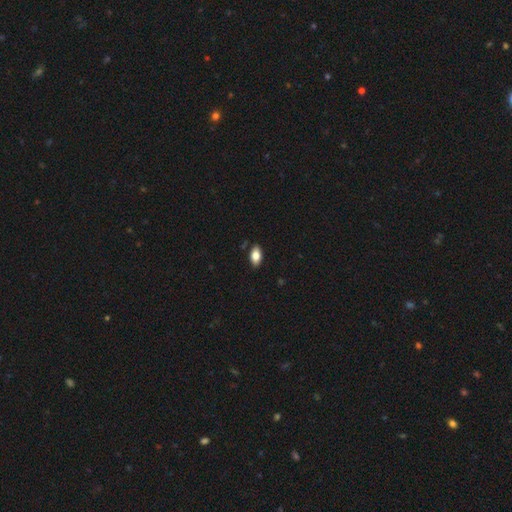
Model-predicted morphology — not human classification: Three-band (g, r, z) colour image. It shows a smooth galaxy with no disk features (81%) that is in between round and cigar-shaped (92%). Merging: none (87%).